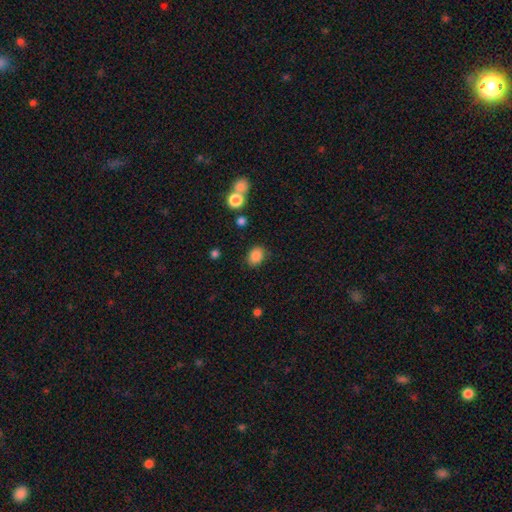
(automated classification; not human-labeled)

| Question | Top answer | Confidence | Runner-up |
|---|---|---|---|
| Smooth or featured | smooth | 85% | star or artifact (11%) |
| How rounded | in between | 59% | round (40%) |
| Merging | none | 82% | minor disturbance (12%) |